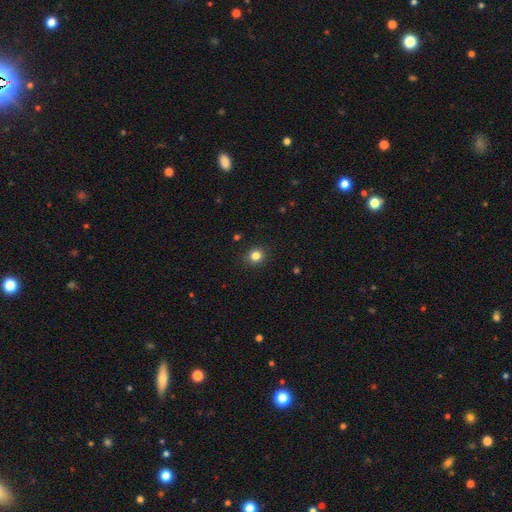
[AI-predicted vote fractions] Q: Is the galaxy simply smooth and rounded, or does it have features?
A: smooth — 82%.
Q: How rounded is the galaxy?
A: round — 86%.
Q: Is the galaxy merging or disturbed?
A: none — 91%.